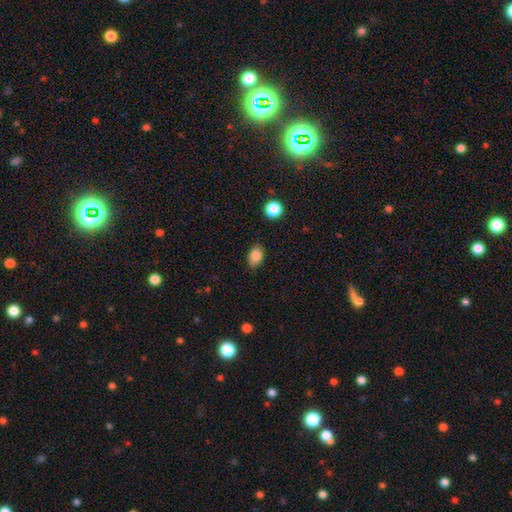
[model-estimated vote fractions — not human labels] Q: Smooth or featured?
A: smooth (85%); runner-up: star or artifact (9%)
Q: How rounded?
A: in between (80%); runner-up: round (18%)
Q: Merging?
A: none (84%); runner-up: minor disturbance (12%)